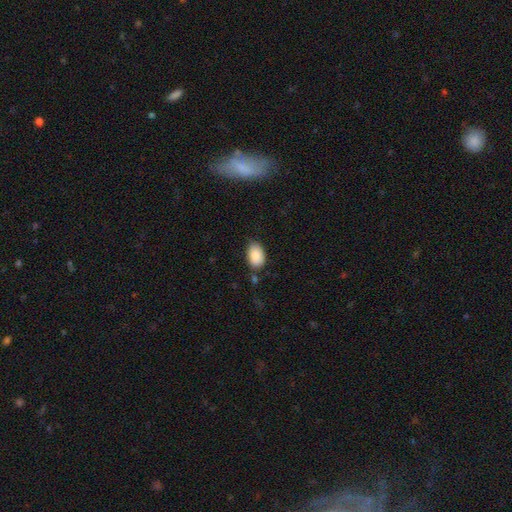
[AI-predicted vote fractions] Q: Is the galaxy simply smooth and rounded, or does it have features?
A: smooth — 87%.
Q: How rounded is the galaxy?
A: in between — 91%.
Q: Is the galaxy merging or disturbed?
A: none — 74%.